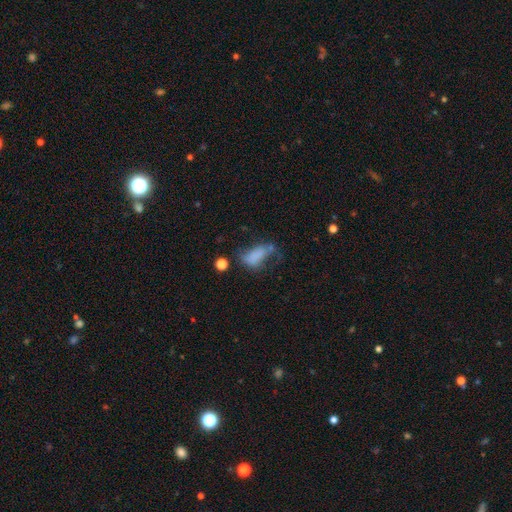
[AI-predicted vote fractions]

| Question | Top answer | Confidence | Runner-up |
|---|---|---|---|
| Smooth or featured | smooth | 66% | featured or disk (21%) |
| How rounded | in between | 86% | cigar-shaped (8%) |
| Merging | major disturbance | 38% | none (26%) |